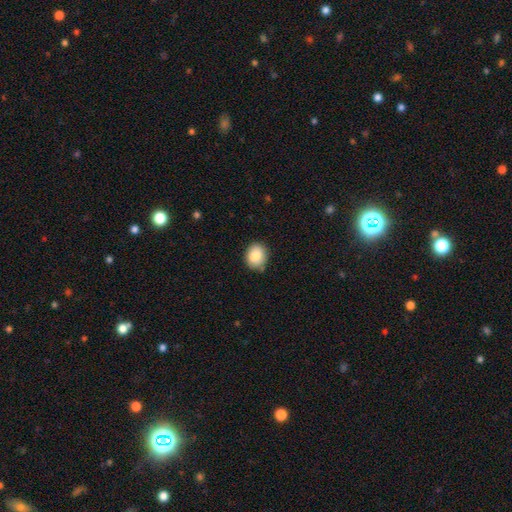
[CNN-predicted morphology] This is clearly a smooth galaxy (84%). How rounded: possibly round (59%). Merging: clearly none (81%).